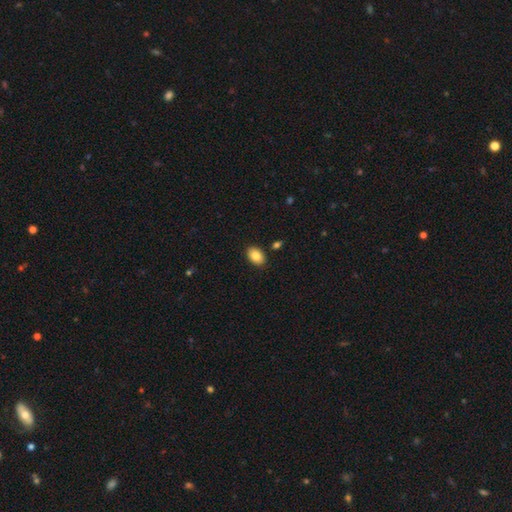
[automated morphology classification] Smooth or featured? smooth (86%)
How rounded? in between (86%)
Merging? none (88%)